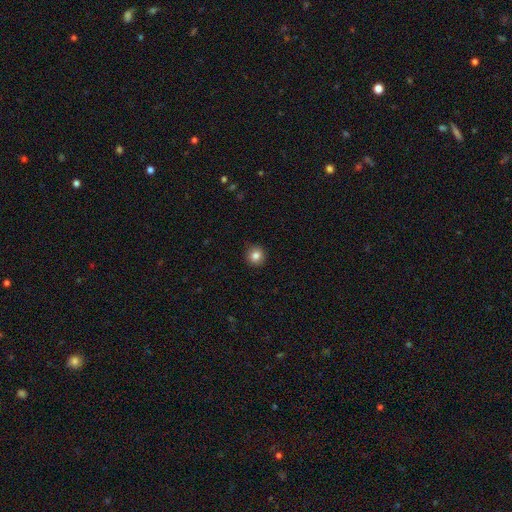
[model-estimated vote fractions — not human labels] smooth-or-featured: smooth: 84% | star or artifact: 10% | featured or disk: 6%
  how-rounded: round: 93% | in between: 7% | cigar-shaped: 1%
  merging: none: 90% | minor disturbance: 7% | major disturbance: 2% | merger: 1%